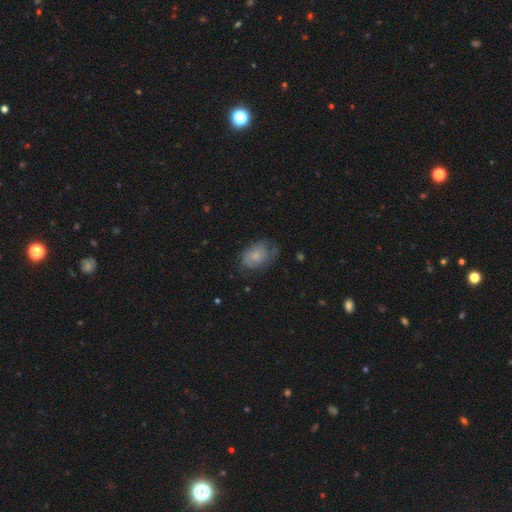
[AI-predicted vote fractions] Q: Smooth or featured?
A: smooth (62%); runner-up: featured or disk (30%)
Q: How rounded?
A: in between (81%); runner-up: round (18%)
Q: Merging?
A: none (53%); runner-up: minor disturbance (31%)